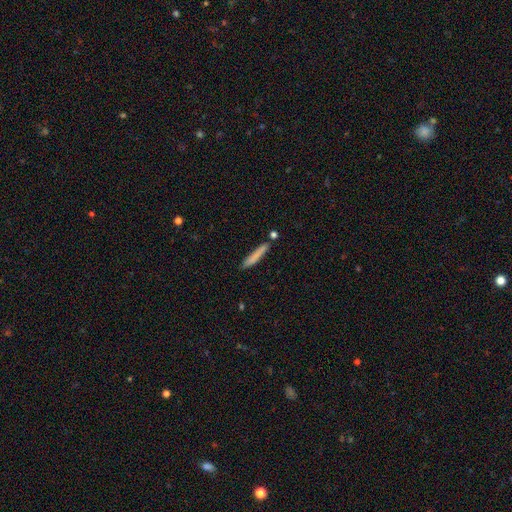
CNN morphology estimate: Smooth or featured?
  - smooth: 79% *
  - featured or disk: 15%
  - star or artifact: 7%
How rounded?
  - cigar-shaped: 94% *
  - in between: 5%
  - round: 1%
Merging?
  - none: 81% *
  - minor disturbance: 11%
  - merger: 6%
  - major disturbance: 2%